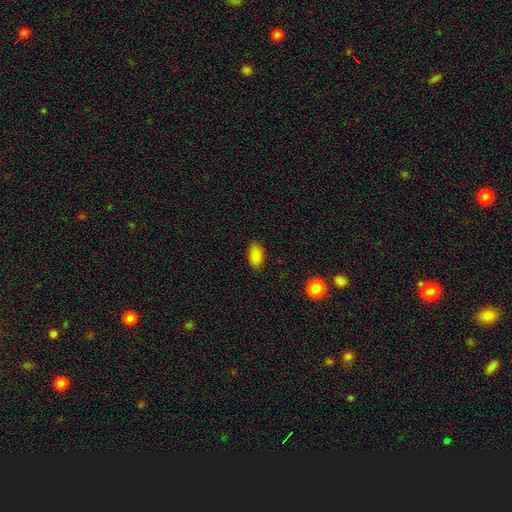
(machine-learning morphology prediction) type=smooth (86%); roundness=in between (93%); merging=none (86%).